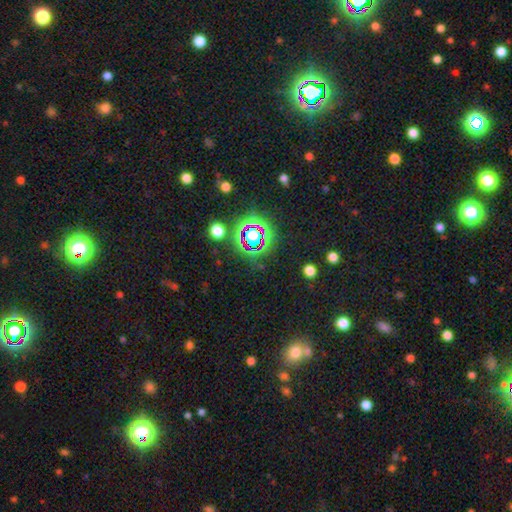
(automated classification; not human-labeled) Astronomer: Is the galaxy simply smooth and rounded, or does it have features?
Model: star or artifact — 75%.